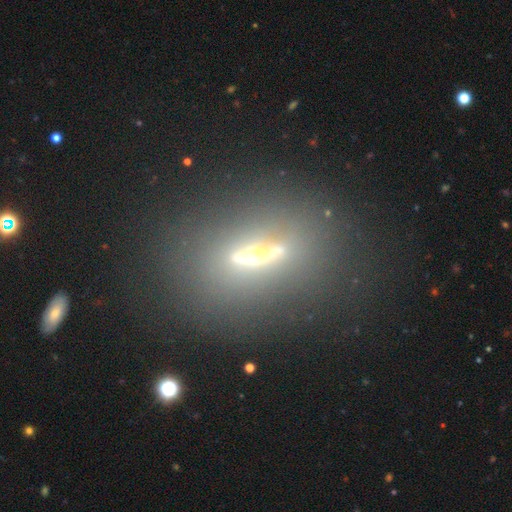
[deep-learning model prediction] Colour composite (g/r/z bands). It shows a featured or disk galaxy (56%) viewed edge-on (68%). Merging: none (81%).